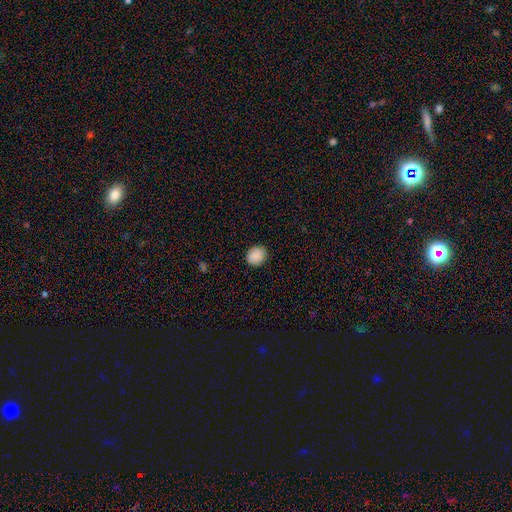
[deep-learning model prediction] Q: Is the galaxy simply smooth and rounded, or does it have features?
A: smooth — 89%.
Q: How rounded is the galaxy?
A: round — 81%.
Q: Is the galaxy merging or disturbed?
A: none — 88%.